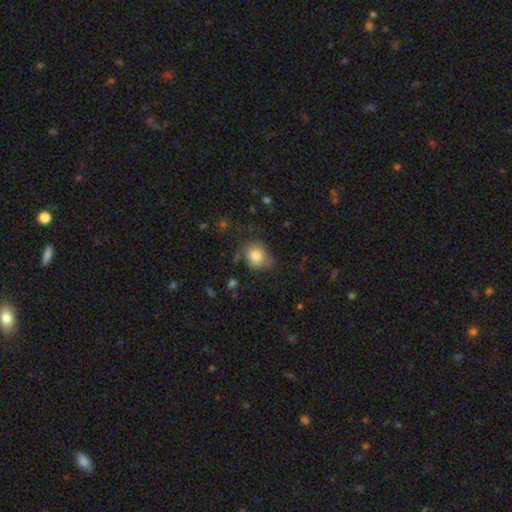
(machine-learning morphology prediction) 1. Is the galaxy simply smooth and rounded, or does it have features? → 82% smooth, 10% star or artifact, 8% featured or disk.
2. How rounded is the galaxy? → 64% round, 35% in between, 1% cigar-shaped.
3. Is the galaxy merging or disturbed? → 58% none, 28% minor disturbance, 10% major disturbance, 3% merger.